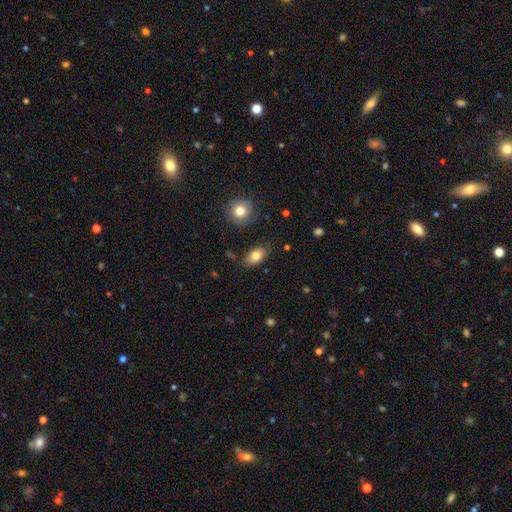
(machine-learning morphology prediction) This is clearly a smooth galaxy (81%). How rounded: clearly in between (88%). Merging: likely none (79%).